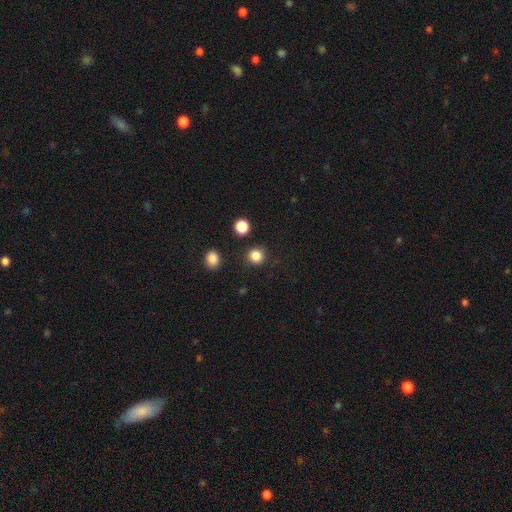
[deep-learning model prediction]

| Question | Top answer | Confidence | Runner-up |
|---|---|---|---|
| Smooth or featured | smooth | 84% | star or artifact (12%) |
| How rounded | round | 91% | in between (8%) |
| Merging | none | 87% | minor disturbance (7%) |